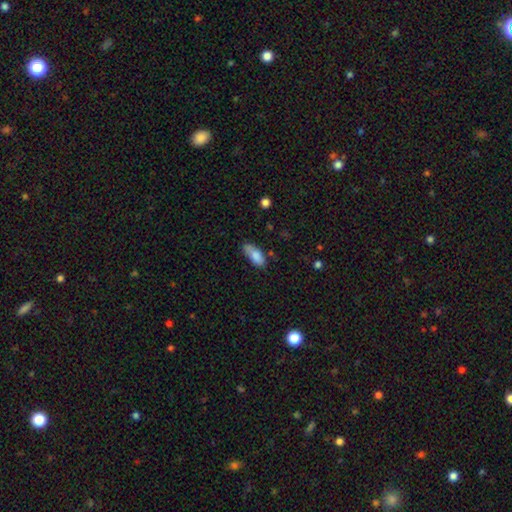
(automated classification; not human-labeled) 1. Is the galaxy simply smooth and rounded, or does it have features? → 81% smooth, 12% featured or disk, 8% star or artifact.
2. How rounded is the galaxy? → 84% in between, 13% cigar-shaped, 3% round.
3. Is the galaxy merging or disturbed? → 53% none, 31% minor disturbance, 8% major disturbance, 7% merger.